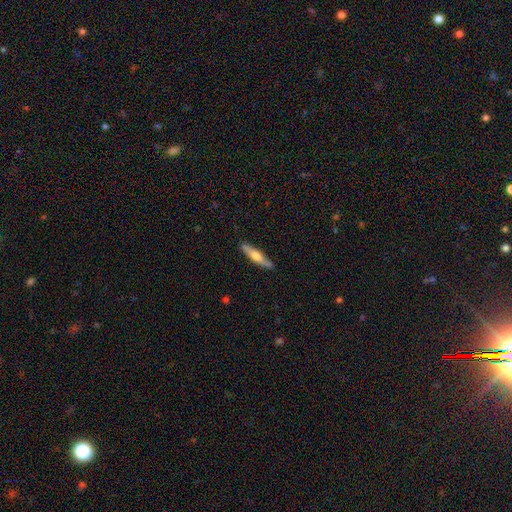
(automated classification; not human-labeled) Morphology: type=smooth (50%); roundness=cigar-shaped (85%); merging=none (85%).